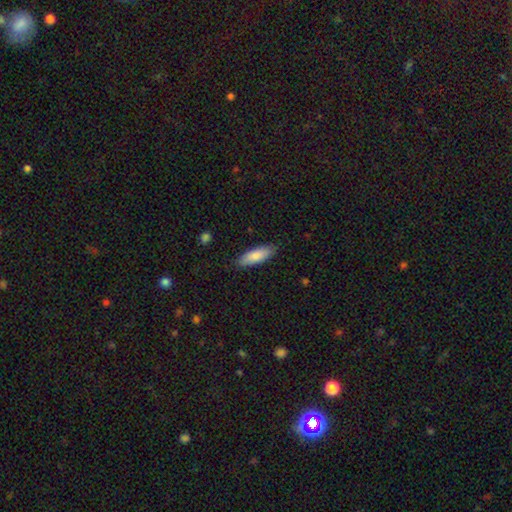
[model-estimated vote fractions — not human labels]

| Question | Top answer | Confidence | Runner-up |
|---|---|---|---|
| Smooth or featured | smooth | 84% | featured or disk (11%) |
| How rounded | in between | 58% | cigar-shaped (40%) |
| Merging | none | 85% | minor disturbance (11%) |